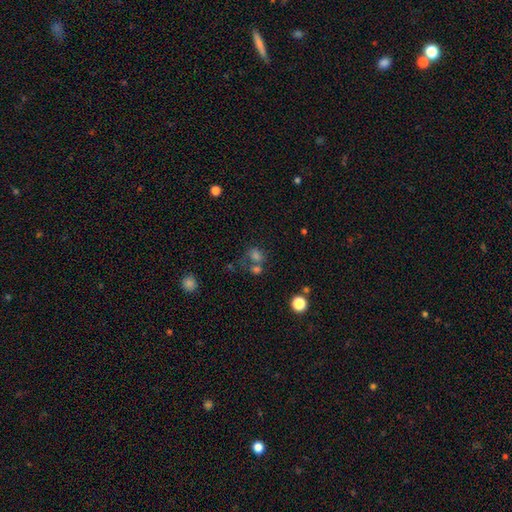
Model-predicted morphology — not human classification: type=smooth (61%); roundness=round (66%); merging=none (40%).